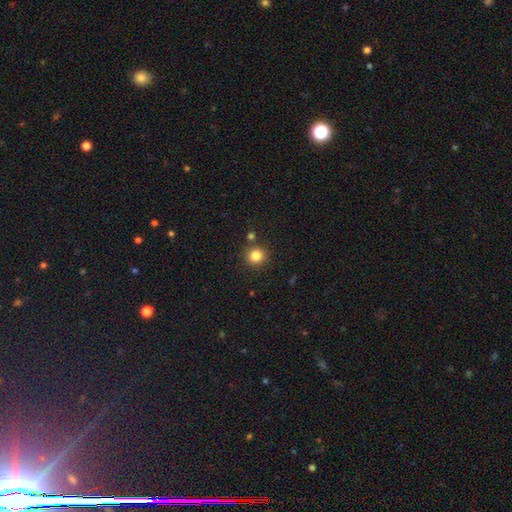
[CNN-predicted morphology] This is clearly a smooth galaxy (84%). How rounded: clearly round (91%). Merging: clearly none (85%).